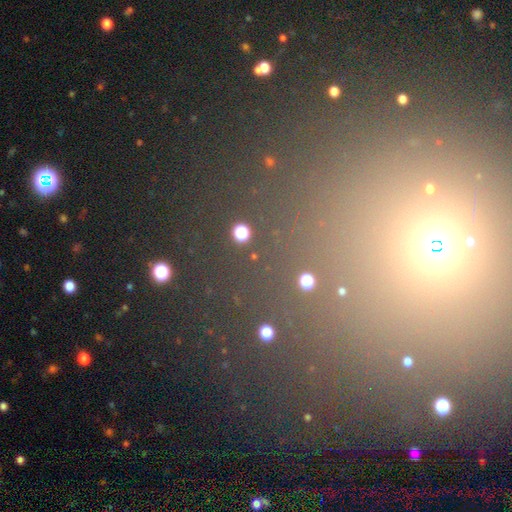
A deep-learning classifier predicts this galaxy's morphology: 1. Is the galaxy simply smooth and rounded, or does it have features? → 65% star or artifact, 28% smooth, 8% featured or disk.